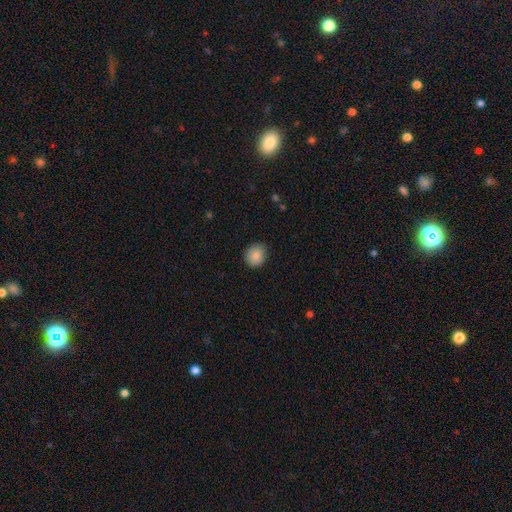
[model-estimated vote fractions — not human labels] smooth 85%, star or artifact 9%, featured or disk 7%. Down the decision tree: how rounded — round (78%); merging — none (85%).